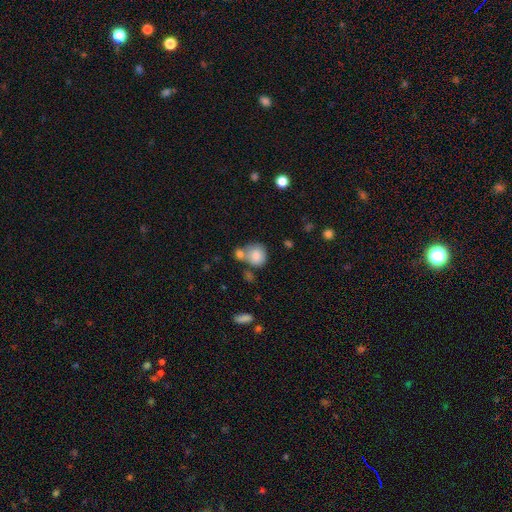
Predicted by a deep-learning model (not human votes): The model was most divided on "merging": none: 43%, merger: 36%, minor disturbance: 14%, major disturbance: 6%. More confident: smooth or featured — smooth (82%); how rounded — round (74%).